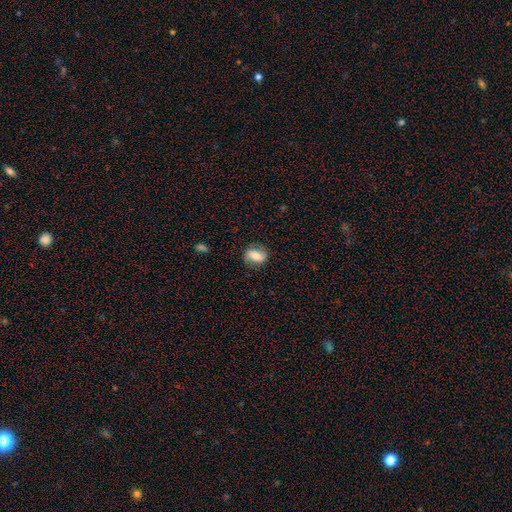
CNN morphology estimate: This is possibly a smooth galaxy (57%). How rounded: likely in between (70%). Merging: likely none (79%).